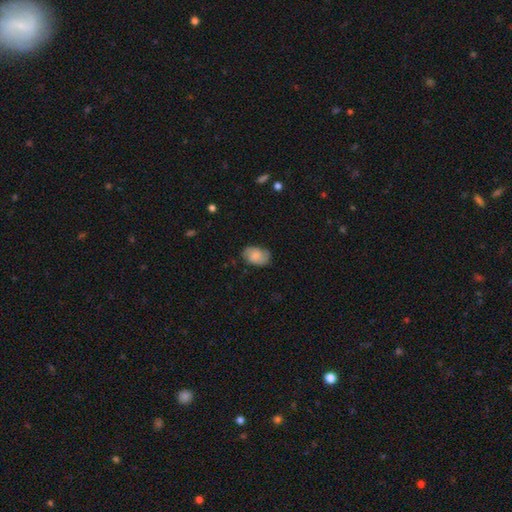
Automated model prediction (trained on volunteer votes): This is likely a smooth galaxy (72%). How rounded: clearly in between (86%). Merging: likely none (74%).